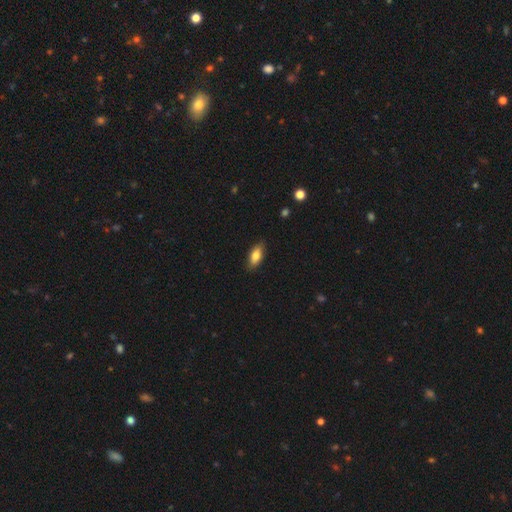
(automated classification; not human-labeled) smooth-or-featured: smooth: 79% | featured or disk: 15% | star or artifact: 7%
  how-rounded: in between: 84% | cigar-shaped: 13% | round: 3%
  merging: none: 85% | minor disturbance: 12% | major disturbance: 2% | merger: 1%